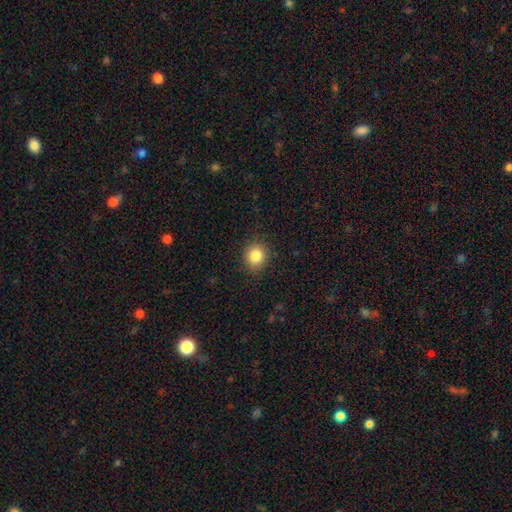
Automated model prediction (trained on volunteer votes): Morphology: type=smooth (84%); roundness=round (81%); merging=none (89%).